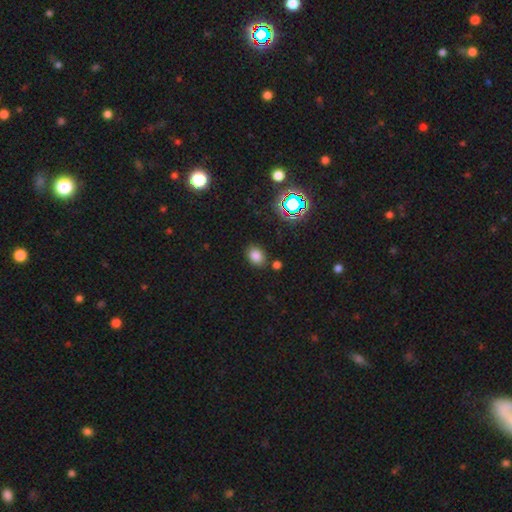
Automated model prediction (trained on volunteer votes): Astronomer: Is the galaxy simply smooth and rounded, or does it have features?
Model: smooth — 77%.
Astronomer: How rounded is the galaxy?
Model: in between — 66%.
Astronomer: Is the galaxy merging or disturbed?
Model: none — 81%.